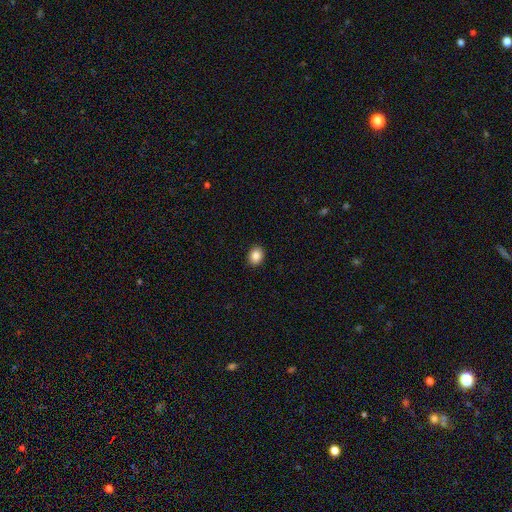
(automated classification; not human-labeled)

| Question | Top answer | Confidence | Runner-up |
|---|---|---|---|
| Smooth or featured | smooth | 86% | star or artifact (9%) |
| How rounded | round | 50% | in between (49%) |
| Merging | none | 91% | minor disturbance (6%) |